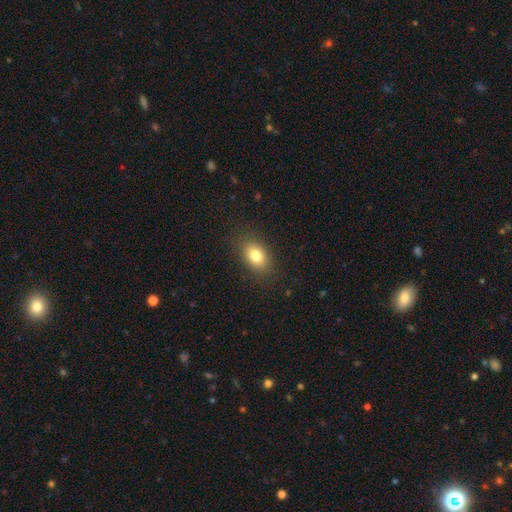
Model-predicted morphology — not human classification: smooth 80%, featured or disk 10%, star or artifact 10%. Down the decision tree: how rounded — in between (81%); merging — none (86%).